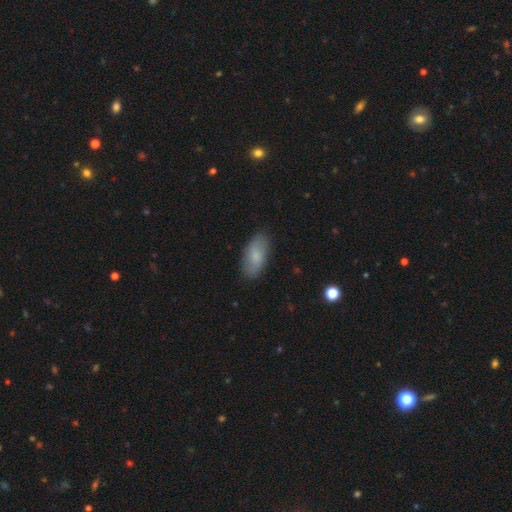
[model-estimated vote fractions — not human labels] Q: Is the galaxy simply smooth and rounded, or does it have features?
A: smooth — 80%.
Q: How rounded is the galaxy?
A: in between — 91%.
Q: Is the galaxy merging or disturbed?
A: none — 85%.